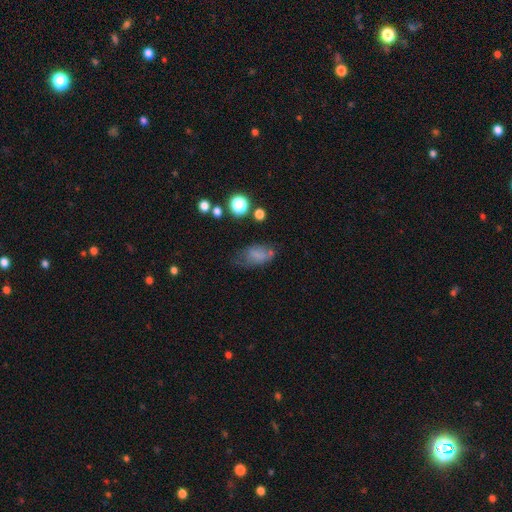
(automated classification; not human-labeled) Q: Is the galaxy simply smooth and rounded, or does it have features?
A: smooth — 66%.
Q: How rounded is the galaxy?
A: in between — 87%.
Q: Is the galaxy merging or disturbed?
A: none — 45%.